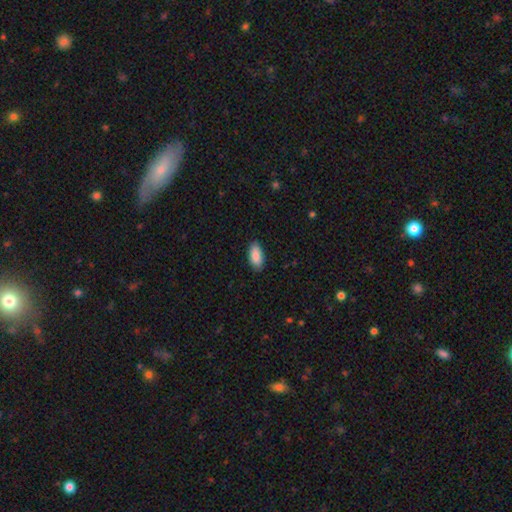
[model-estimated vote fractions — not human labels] smooth 89%, star or artifact 6%, featured or disk 5%. Down the decision tree: how rounded — in between (91%); merging — none (87%).